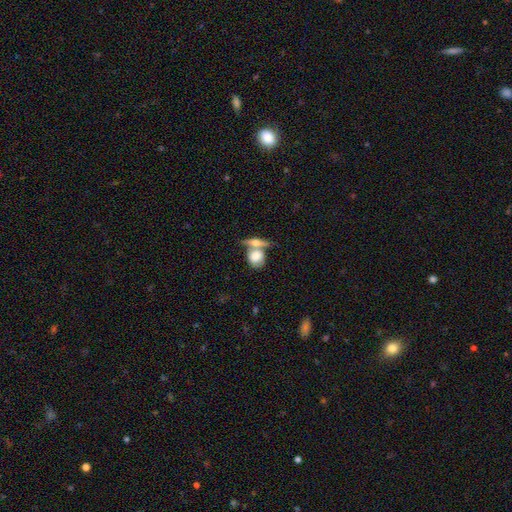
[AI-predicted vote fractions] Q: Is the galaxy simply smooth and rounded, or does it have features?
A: smooth — 64%.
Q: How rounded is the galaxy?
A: round — 51%.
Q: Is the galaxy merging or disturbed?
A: merger — 48%.